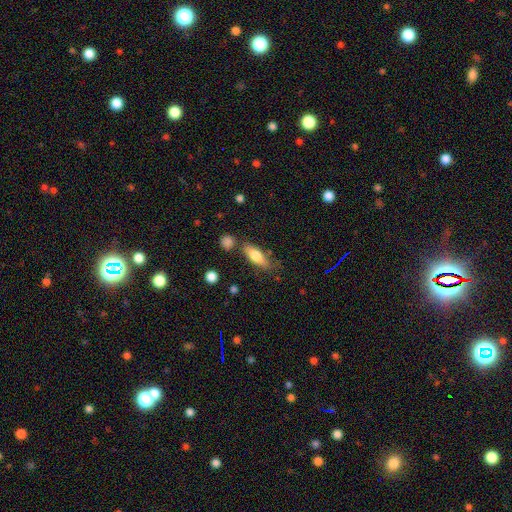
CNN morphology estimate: smooth_or_featured: smooth (p=0.74) [alt: featured or disk p=0.20]
how_rounded: in between (p=0.64) [alt: cigar-shaped p=0.33]
merging: none (p=0.69) [alt: minor disturbance p=0.19]